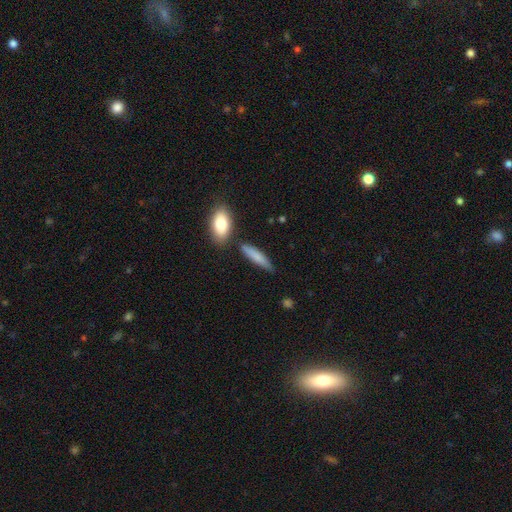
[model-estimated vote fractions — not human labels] This appears to be a smooth galaxy with no disk features (79%) that is cigar-shaped (77%). Merging: none (71%).